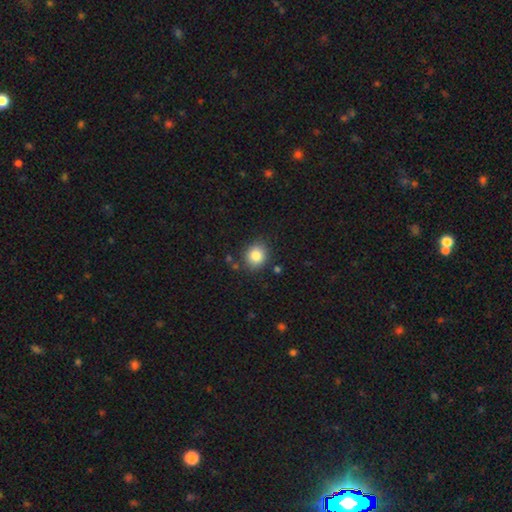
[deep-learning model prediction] smooth_or_featured: smooth (p=0.84) [alt: star or artifact p=0.10]
how_rounded: round (p=0.74) [alt: in between p=0.25]
merging: none (p=0.85) [alt: minor disturbance p=0.10]